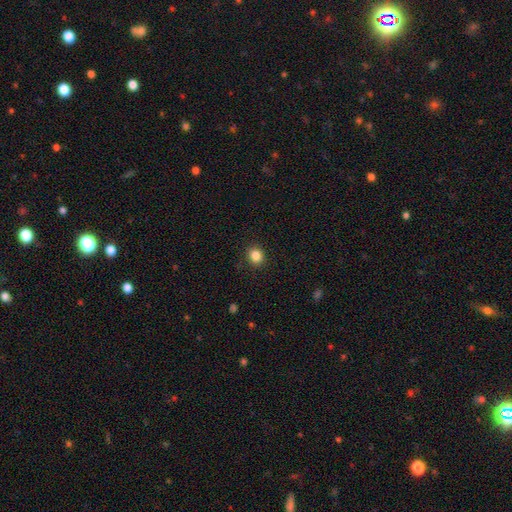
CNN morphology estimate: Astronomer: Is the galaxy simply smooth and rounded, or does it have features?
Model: smooth — 86%.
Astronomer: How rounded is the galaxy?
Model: round — 78%.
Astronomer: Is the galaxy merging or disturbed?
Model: none — 90%.